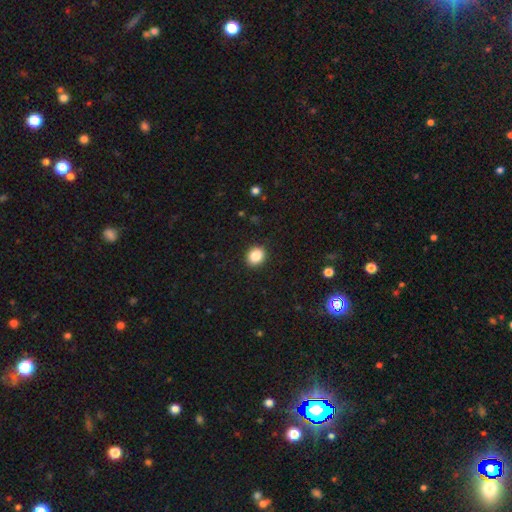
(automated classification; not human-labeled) Smooth or featured? Predicted: smooth (p=0.87). How rounded? Predicted: round (p=0.66). Merging? Predicted: none (p=0.91).